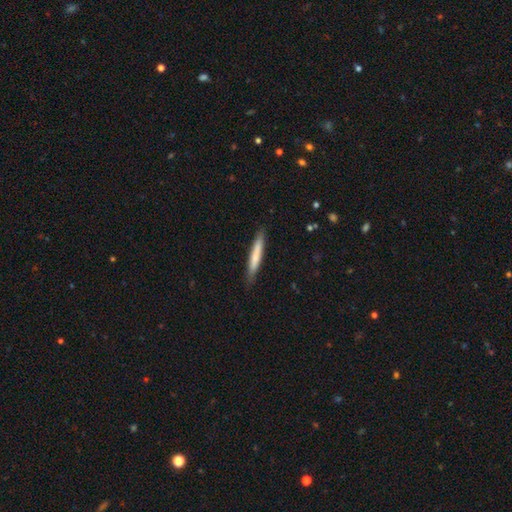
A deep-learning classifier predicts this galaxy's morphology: Smooth or featured? Predicted: smooth (p=0.70). How rounded? Predicted: cigar-shaped (p=0.94). Merging? Predicted: none (p=0.86).